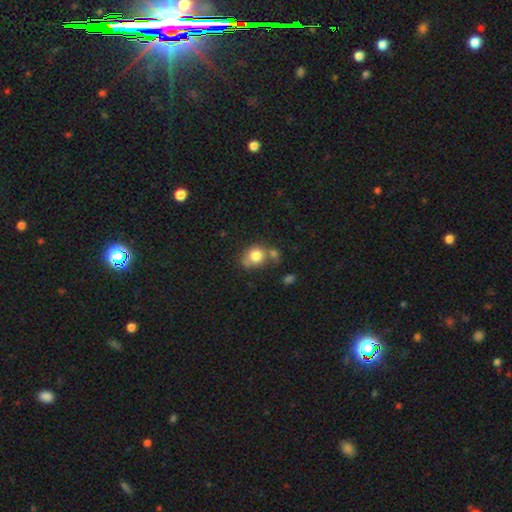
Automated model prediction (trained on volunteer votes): smooth 80%, featured or disk 11%, star or artifact 9%. Down the decision tree: how rounded — round (62%); merging — none (42%).